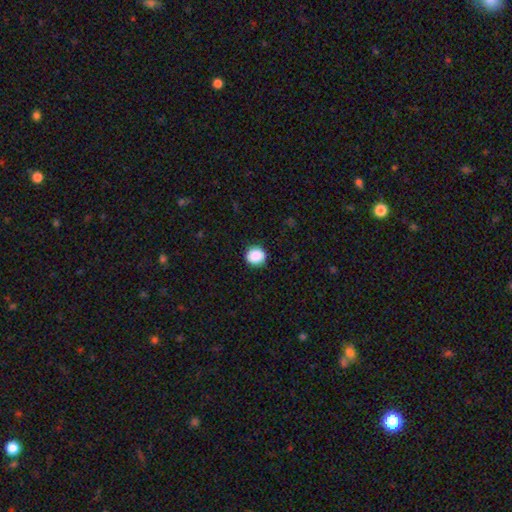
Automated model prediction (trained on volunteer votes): smooth 89%, star or artifact 8%, featured or disk 3%. Down the decision tree: how rounded — round (92%); merging — none (91%).